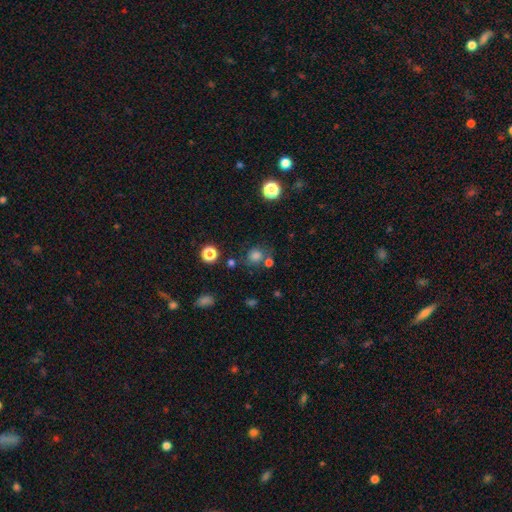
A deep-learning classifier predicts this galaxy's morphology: A smooth galaxy with no disk features (74%) that is round (83%). Merging: none (66%).